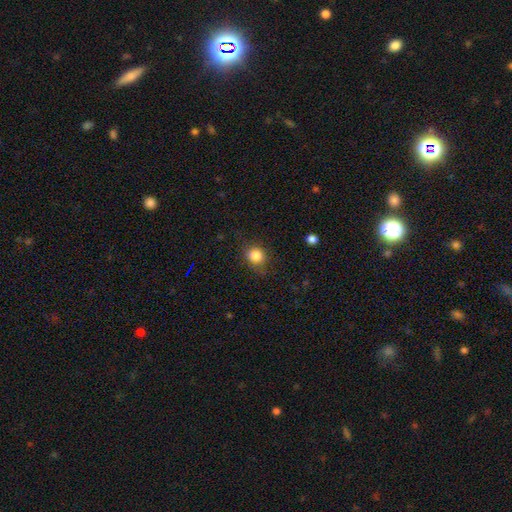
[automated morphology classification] The model was most divided on "how rounded": round: 72%, in between: 27%, cigar-shaped: 1%. More confident: smooth or featured — smooth (84%); merging — none (79%).